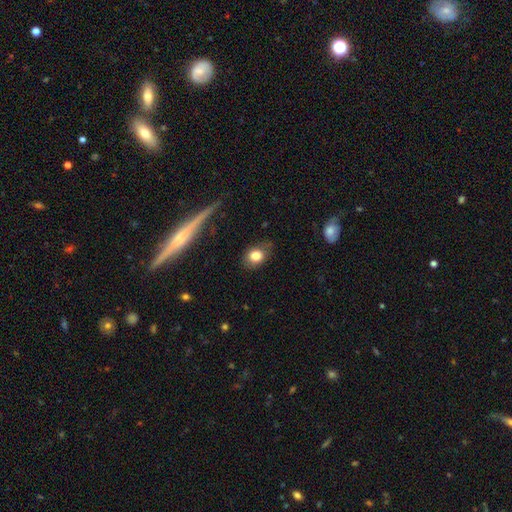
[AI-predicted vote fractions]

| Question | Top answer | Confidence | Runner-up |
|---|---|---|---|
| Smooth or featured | smooth | 80% | featured or disk (10%) |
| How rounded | round | 49% | tied: in between (49%) |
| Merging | none | 75% | minor disturbance (19%) |